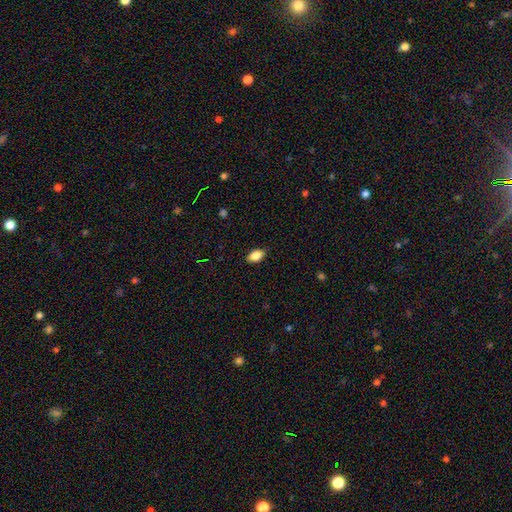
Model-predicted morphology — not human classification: smooth 85%, star or artifact 8%, featured or disk 7%. Down the decision tree: how rounded — in between (90%); merging — none (87%).